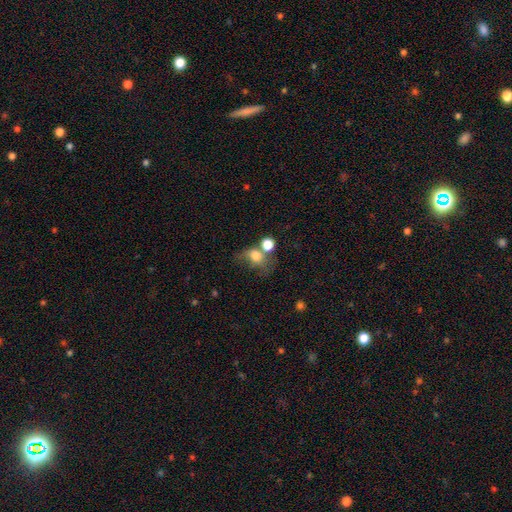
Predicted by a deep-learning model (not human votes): smooth 72%, featured or disk 16%, star or artifact 12%. Down the decision tree: how rounded — round (51%); merging — merger (35%).